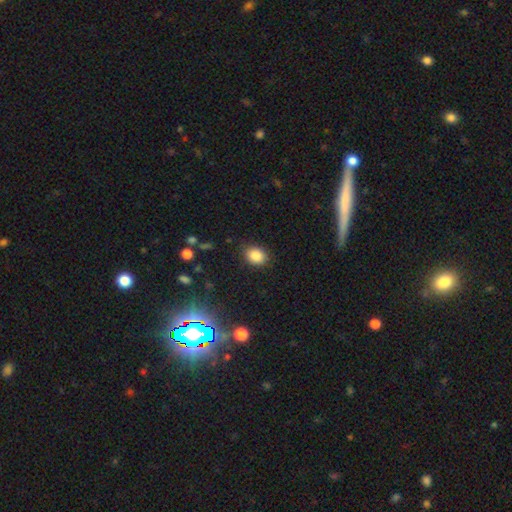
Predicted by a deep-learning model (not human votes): smooth-or-featured: smooth: 85% | star or artifact: 10% | featured or disk: 5%
  how-rounded: in between: 55% | round: 44% | cigar-shaped: 1%
  merging: none: 85% | minor disturbance: 11% | major disturbance: 3% | merger: 1%